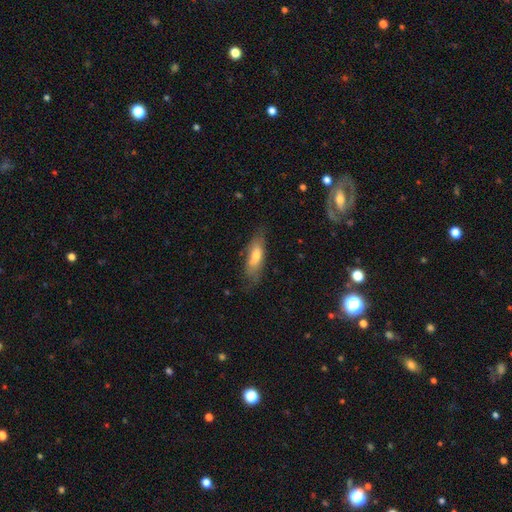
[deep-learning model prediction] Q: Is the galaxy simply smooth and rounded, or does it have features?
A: smooth — 60%.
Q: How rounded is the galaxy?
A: in between — 55%.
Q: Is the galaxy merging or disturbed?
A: none — 68%.